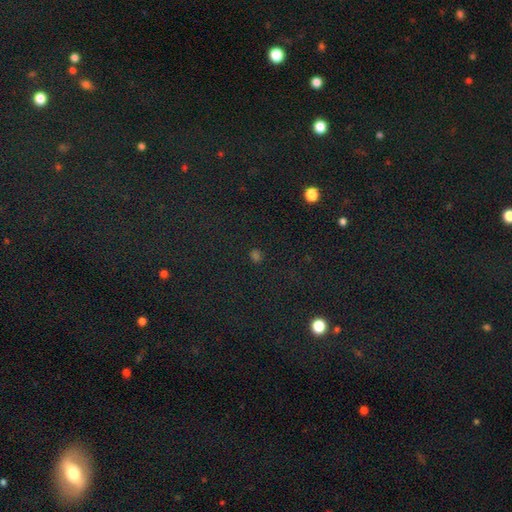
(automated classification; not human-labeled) Smooth or featured? star or artifact (53%)